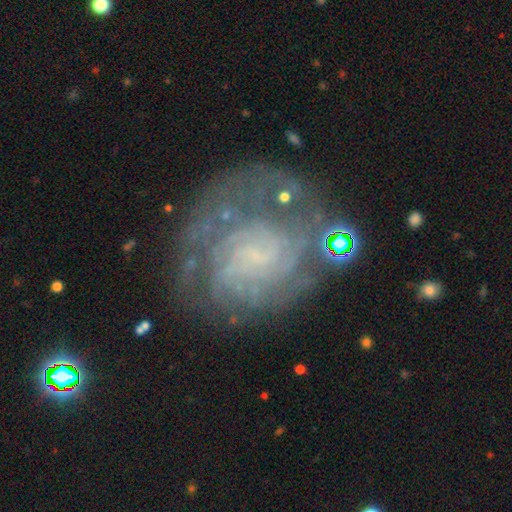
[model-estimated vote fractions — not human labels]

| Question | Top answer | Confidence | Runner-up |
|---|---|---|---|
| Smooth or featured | featured or disk | 78% | smooth (12%) |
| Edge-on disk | no | 98% | yes (2%) |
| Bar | no | 64% | weak (29%) |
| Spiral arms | yes | 89% | no (11%) |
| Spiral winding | tight | 66% | medium (25%) |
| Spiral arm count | can't tell | 44% | 2 (16%) |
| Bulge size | none | 49% | small (39%) |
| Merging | none | 67% | minor disturbance (17%) |